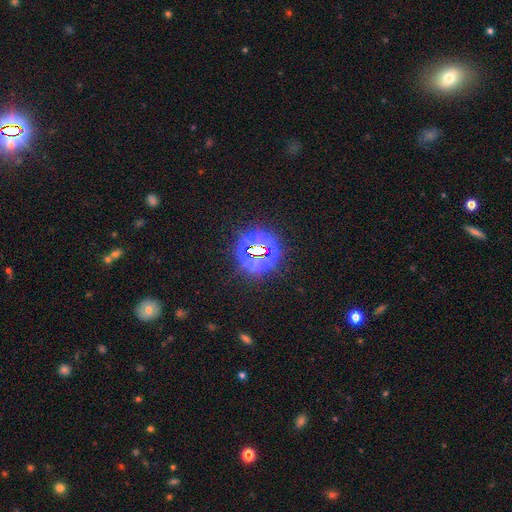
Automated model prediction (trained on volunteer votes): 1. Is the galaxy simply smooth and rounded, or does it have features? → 78% star or artifact, 15% smooth, 7% featured or disk.